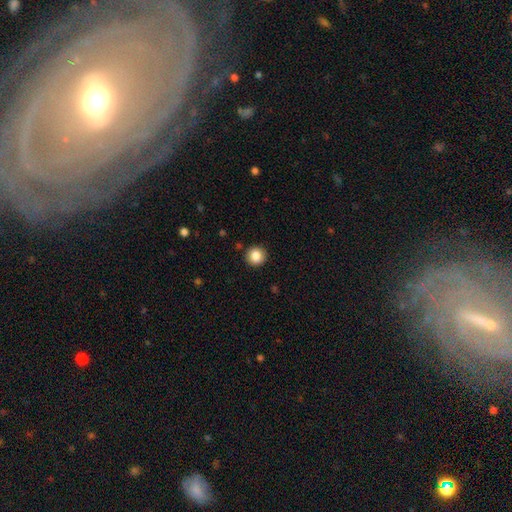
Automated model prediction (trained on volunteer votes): Smooth or featured?
  - smooth: 86% *
  - star or artifact: 9%
  - featured or disk: 5%
How rounded?
  - round: 92% *
  - in between: 7%
  - cigar-shaped: 1%
Merging?
  - none: 91% *
  - minor disturbance: 6%
  - major disturbance: 2%
  - merger: 1%